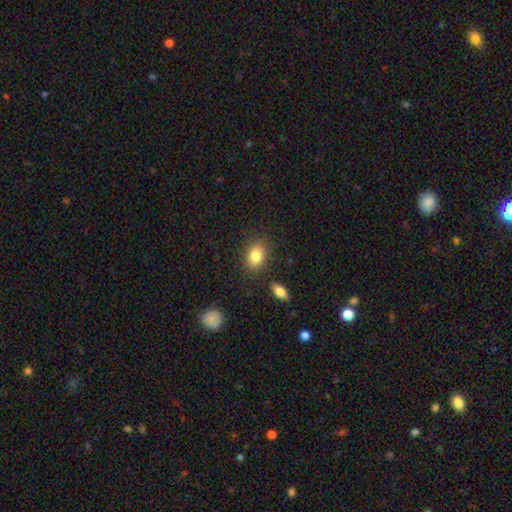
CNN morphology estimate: smooth_or_featured: smooth (p=0.84) [alt: star or artifact p=0.08]
how_rounded: in between (p=0.71) [alt: round p=0.27]
merging: none (p=0.83) [alt: minor disturbance p=0.11]